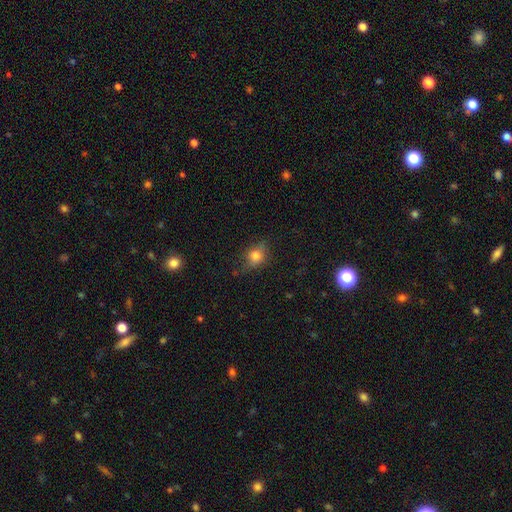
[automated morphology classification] Overall: smooth (71%). How rounded: round (55%; in between 42%). Merging: none (69%).